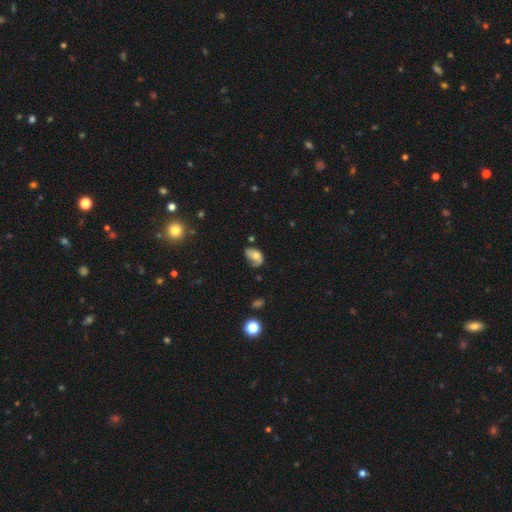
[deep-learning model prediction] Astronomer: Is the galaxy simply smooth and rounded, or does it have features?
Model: smooth — 46% (runner-up: featured or disk, 44%).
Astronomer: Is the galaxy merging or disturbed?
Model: none — 33% (runner-up: minor disturbance, 32%).